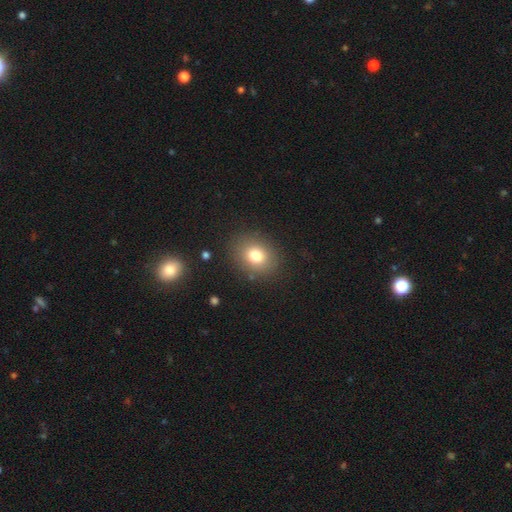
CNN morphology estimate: smooth 78%, star or artifact 12%, featured or disk 10%. Down the decision tree: how rounded — round (53%); merging — none (86%).